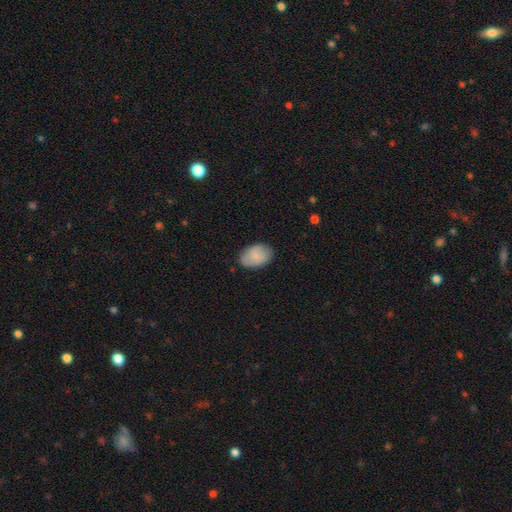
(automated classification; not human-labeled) Smooth or featured? Predicted: smooth (p=0.81). How rounded? Predicted: in between (p=0.89). Merging? Predicted: none (p=0.82).